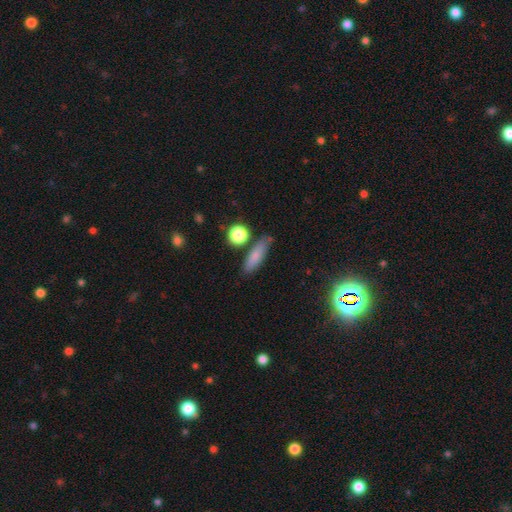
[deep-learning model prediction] This is likely a smooth galaxy (78%). How rounded: possibly cigar-shaped (54%). Merging: likely none (75%).